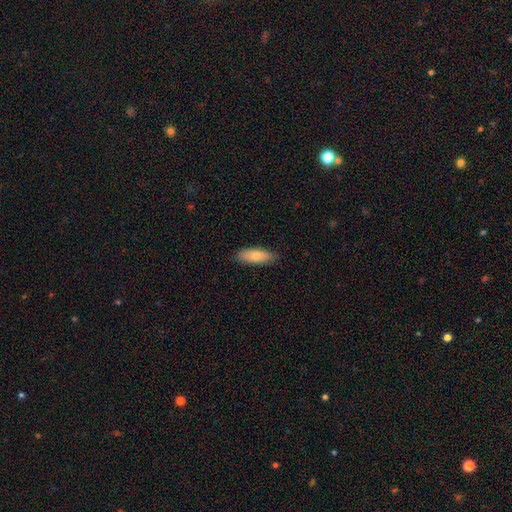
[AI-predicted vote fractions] Smooth or featured?
  - smooth: 81% *
  - featured or disk: 13%
  - star or artifact: 6%
How rounded?
  - in between: 69% *
  - cigar-shaped: 29%
  - round: 2%
Merging?
  - none: 85% *
  - minor disturbance: 12%
  - major disturbance: 2%
  - merger: 1%